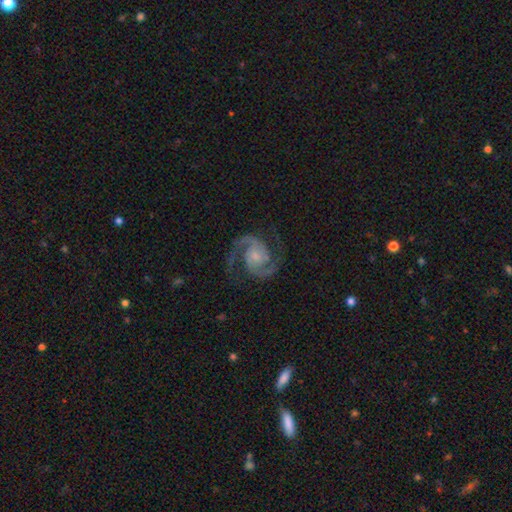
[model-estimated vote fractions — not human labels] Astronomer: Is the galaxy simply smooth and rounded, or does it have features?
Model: featured or disk — 93%.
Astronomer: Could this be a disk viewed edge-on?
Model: no — 98%.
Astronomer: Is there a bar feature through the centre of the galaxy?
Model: no — 62%.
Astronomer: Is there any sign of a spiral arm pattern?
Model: yes — 99%.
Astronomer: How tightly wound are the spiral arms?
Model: medium — 64%.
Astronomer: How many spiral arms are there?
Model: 2 — 94%.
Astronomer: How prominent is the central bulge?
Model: small — 53% (runner-up: moderate, 31%).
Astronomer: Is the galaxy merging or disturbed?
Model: none — 81%.